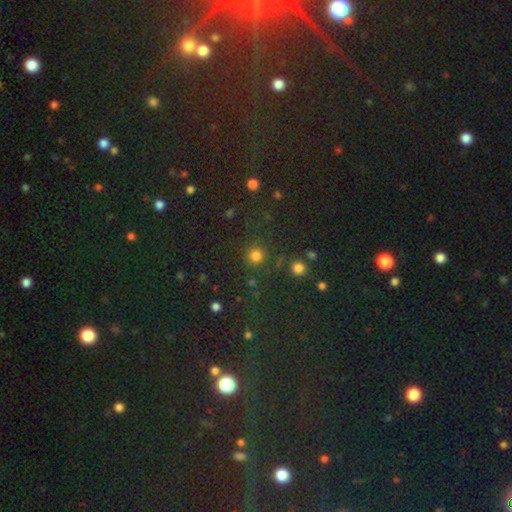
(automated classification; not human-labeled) Q: Smooth or featured?
A: smooth (78%); runner-up: star or artifact (18%)
Q: How rounded?
A: round (93%); runner-up: in between (6%)
Q: Merging?
A: none (84%); runner-up: minor disturbance (8%)